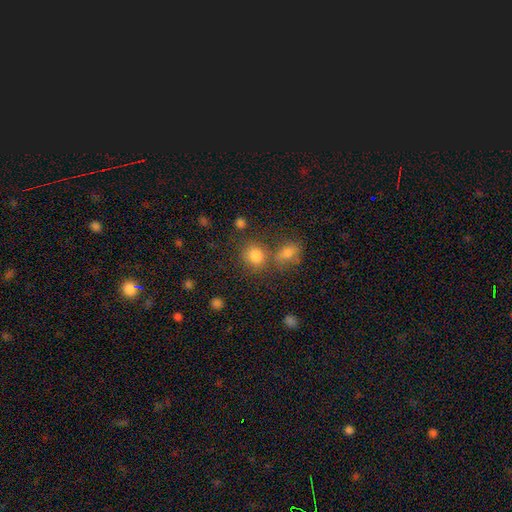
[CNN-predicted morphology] Smooth or featured?
  - smooth: 80% *
  - star or artifact: 13%
  - featured or disk: 7%
How rounded?
  - round: 69% *
  - in between: 30%
  - cigar-shaped: 1%
Merging?
  - none: 60% *
  - merger: 25%
  - minor disturbance: 10%
  - major disturbance: 4%